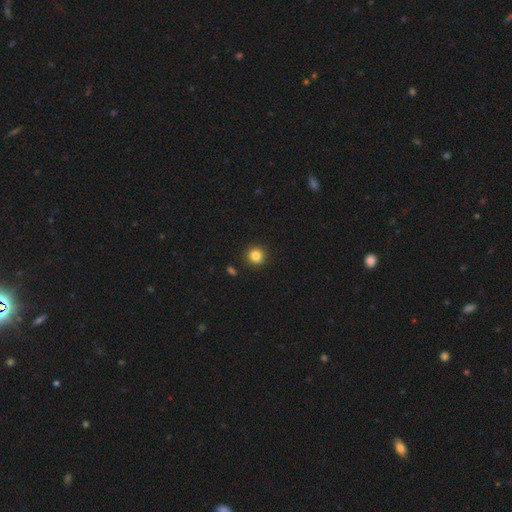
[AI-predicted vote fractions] The model was most divided on "smooth or featured": smooth: 84%, star or artifact: 11%, featured or disk: 5%. More confident: how rounded — round (91%); merging — none (90%).